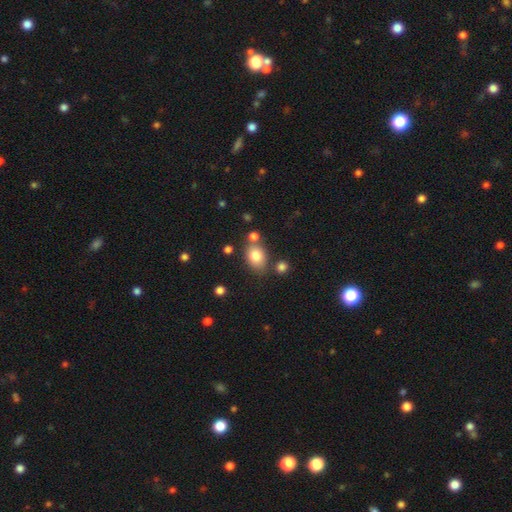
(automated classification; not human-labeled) This is clearly a smooth galaxy (81%). How rounded: likely in between (62%). Merging: likely none (67%).